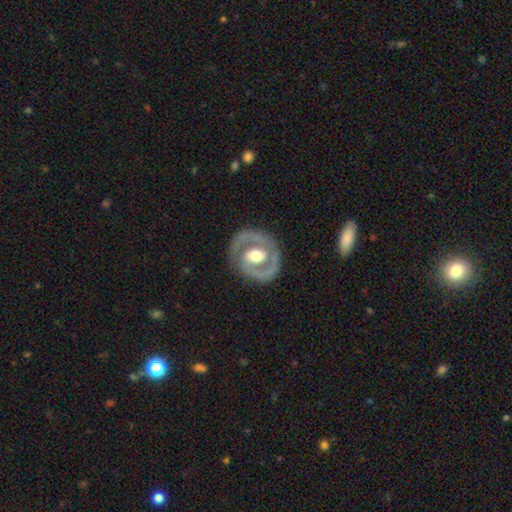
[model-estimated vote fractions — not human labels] Smooth or featured?
  - featured or disk: 84% *
  - smooth: 12%
  - star or artifact: 4%
Edge-on disk?
  - no: 97% *
  - yes: 3%
Bar?
  - weak: 39% *
  - no: 38%
  - strong: 23%
Spiral arms?
  - yes: 82% *
  - no: 18%
Spiral winding?
  - tight: 45% *
  - medium: 44%
  - loose: 11%
Spiral arm count?
  - 2: 87% *
  - can't tell: 5%
  - 1: 4%
  - 3: 2%
  - 4: 1%
  - more than 4: 1%
Bulge size?
  - moderate: 68% *
  - large: 22%
  - small: 7%
  - dominant: 1%
  - none: 1%
Merging?
  - none: 84% *
  - minor disturbance: 11%
  - major disturbance: 4%
  - merger: 1%